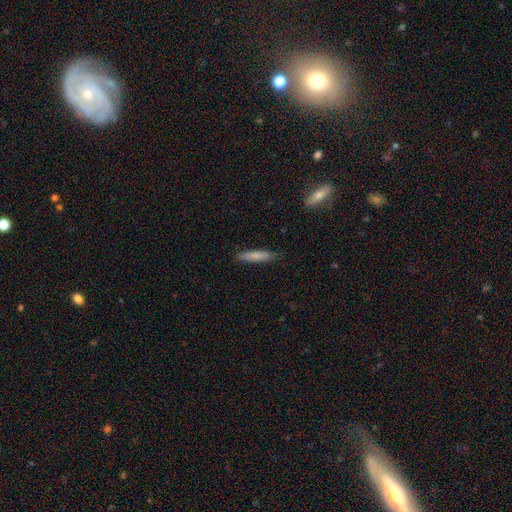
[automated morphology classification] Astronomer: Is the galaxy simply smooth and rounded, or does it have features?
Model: smooth — 80%.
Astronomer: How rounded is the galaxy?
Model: cigar-shaped — 87%.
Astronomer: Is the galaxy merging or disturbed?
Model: none — 86%.